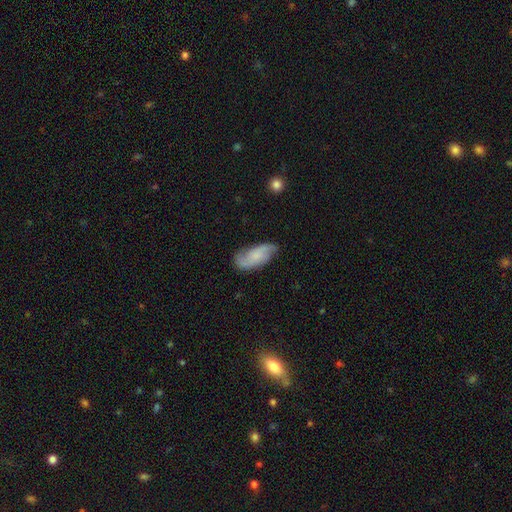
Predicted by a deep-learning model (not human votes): Smooth or featured? featured or disk (56%)
Edge-on disk? no (93%)
Bar? no (65%)
Spiral arms? yes (92%)
Bulge size? small (42%)
Merging? none (73%)